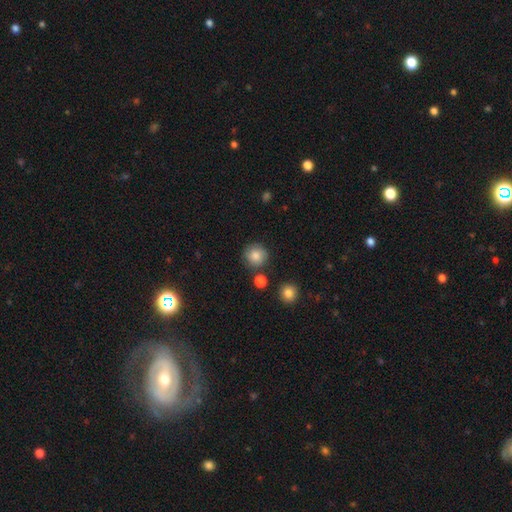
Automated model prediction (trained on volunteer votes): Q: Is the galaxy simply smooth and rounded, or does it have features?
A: smooth — 84%.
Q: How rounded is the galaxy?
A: round — 92%.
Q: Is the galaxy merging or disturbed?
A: none — 80%.